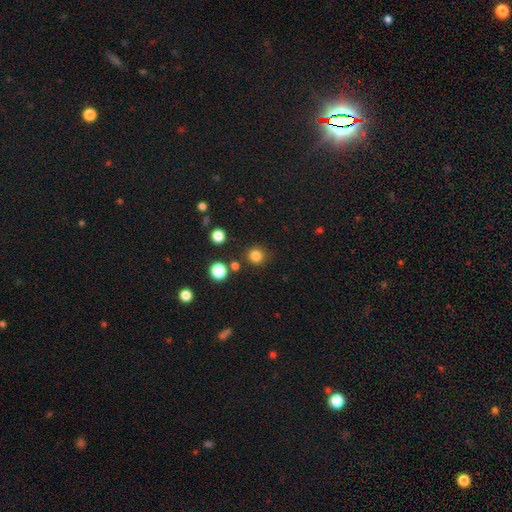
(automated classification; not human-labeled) A smooth galaxy with no disk features (82%) that is round (93%).

Vote fractions:
- Smooth or featured? smooth: 82% / star or artifact: 14% / featured or disk: 4%
- How rounded? round: 93% / in between: 6% / cigar-shaped: 1%
- Merging? none: 87% / minor disturbance: 7% / merger: 4% / major disturbance: 3%